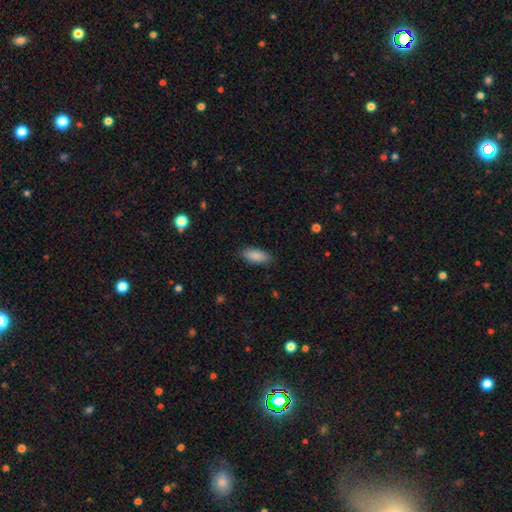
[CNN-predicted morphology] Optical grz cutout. It shows a smooth galaxy with no disk features (88%) that is in between round and cigar-shaped (82%). Merging: none (86%).